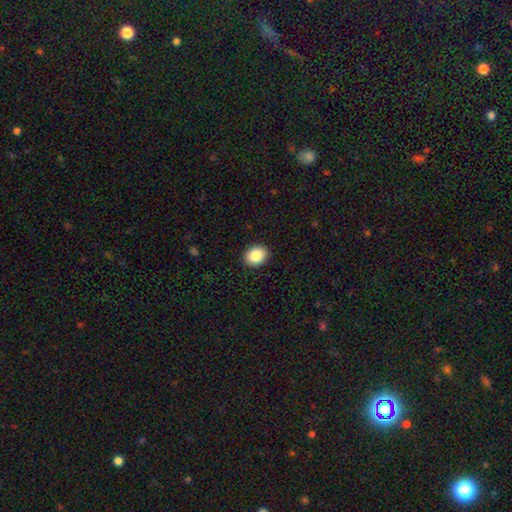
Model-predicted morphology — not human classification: This is clearly a smooth galaxy (86%). How rounded: possibly in between (52%). Merging: clearly none (92%).